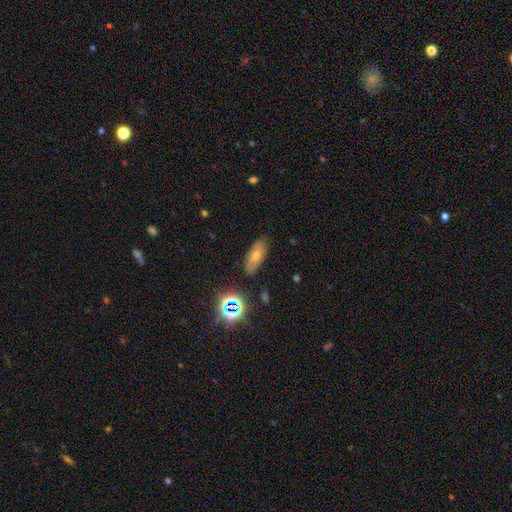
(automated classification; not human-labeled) smooth 60%, featured or disk 25%, star or artifact 15%. Down the decision tree: how rounded — in between (79%); merging — none (81%).